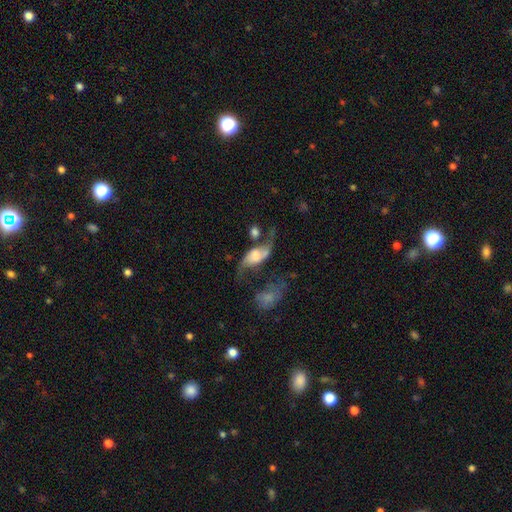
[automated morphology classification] The model was most divided on "bulge size": large: 28%, none: 25%, moderate: 21%, small: 17%, dominant: 9%. Remaining: edge-on disk — no (92%); spiral arm count — 2 (89%); spiral arms — yes (88%); spiral winding — loose (83%); smooth or featured — featured or disk (70%); bar — no (53%); merging — none (34%).